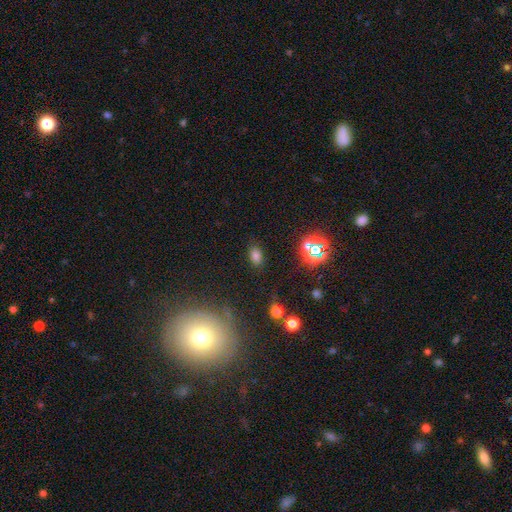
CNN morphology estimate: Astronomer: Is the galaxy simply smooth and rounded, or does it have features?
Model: smooth — 70%.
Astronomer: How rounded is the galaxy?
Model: in between — 85%.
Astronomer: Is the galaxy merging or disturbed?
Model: none — 84%.